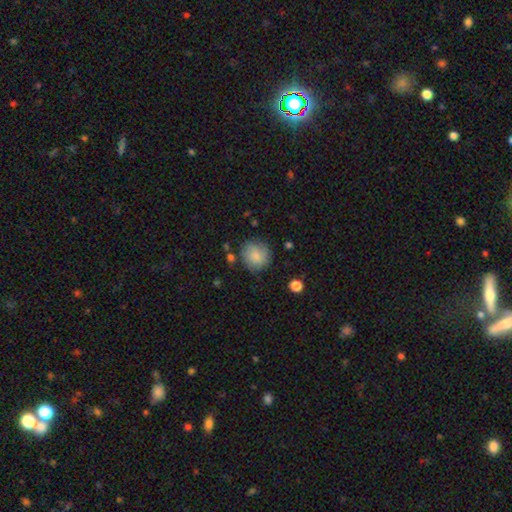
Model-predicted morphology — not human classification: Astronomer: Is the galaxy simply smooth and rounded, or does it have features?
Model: smooth — 82%.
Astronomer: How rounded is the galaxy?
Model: round — 87%.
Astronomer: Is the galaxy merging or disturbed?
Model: none — 76%.